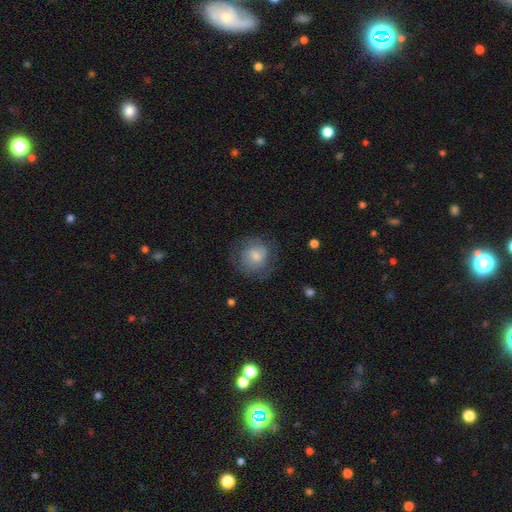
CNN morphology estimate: Smooth or featured? smooth (53%)
How rounded? round (82%)
Merging? none (68%)